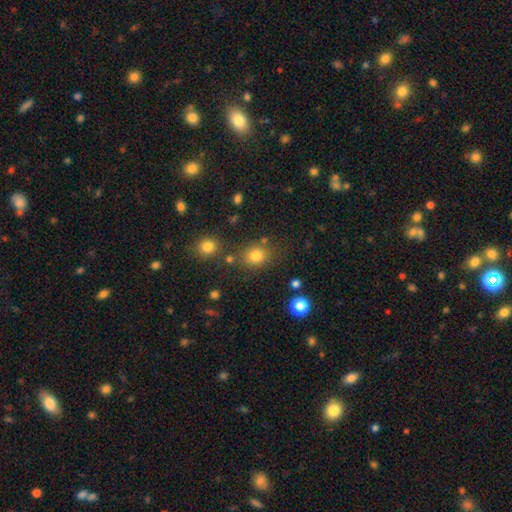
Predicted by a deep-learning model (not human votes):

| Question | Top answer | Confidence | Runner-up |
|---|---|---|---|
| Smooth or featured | smooth | 79% | star or artifact (15%) |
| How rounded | round | 73% | in between (26%) |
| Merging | none | 74% | minor disturbance (11%) |